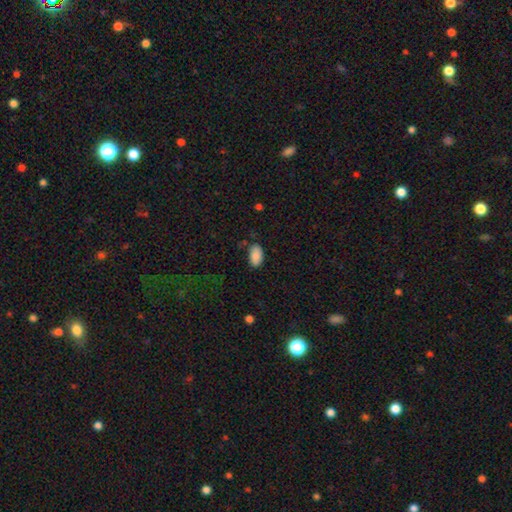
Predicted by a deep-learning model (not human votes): Smooth or featured?
  - smooth: 88% *
  - star or artifact: 8%
  - featured or disk: 5%
How rounded?
  - in between: 94% *
  - round: 4%
  - cigar-shaped: 2%
Merging?
  - none: 76% *
  - minor disturbance: 18%
  - major disturbance: 4%
  - merger: 3%